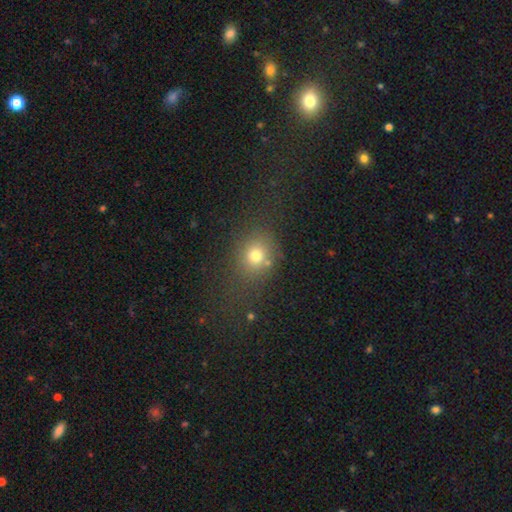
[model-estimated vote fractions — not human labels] Smooth or featured? smooth (73%)
How rounded? round (66%)
Merging? none (65%)